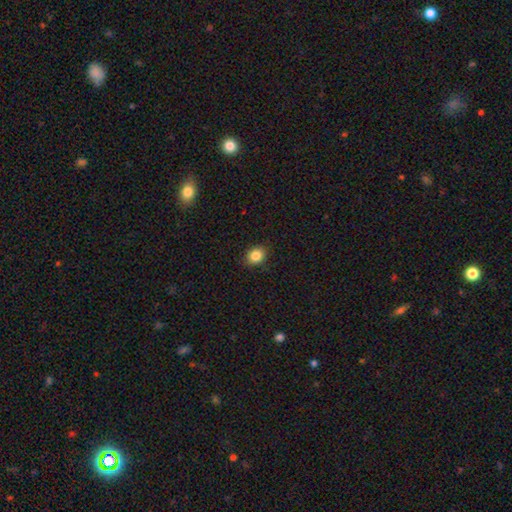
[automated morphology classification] This appears to be a smooth galaxy with no disk features (84%) that is round (54%). Merging: none (88%).